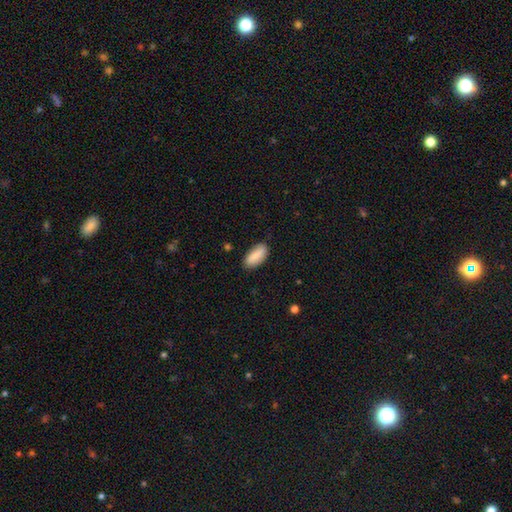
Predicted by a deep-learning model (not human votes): Q: Smooth or featured?
A: smooth (86%); runner-up: featured or disk (8%)
Q: How rounded?
A: in between (87%); runner-up: cigar-shaped (11%)
Q: Merging?
A: none (83%); runner-up: minor disturbance (13%)